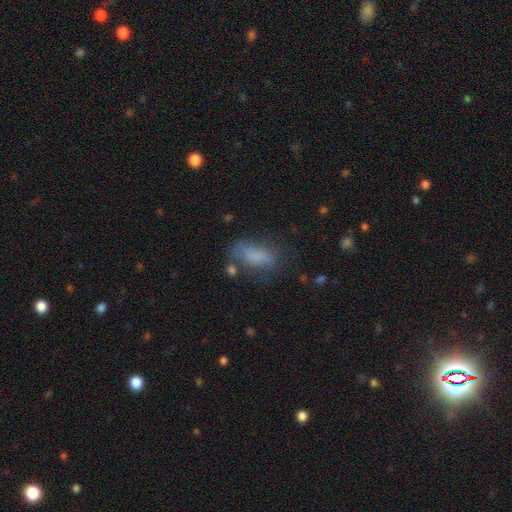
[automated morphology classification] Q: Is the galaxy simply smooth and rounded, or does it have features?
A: smooth — 74%.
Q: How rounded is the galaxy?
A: in between — 84%.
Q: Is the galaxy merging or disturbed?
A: none — 50%.